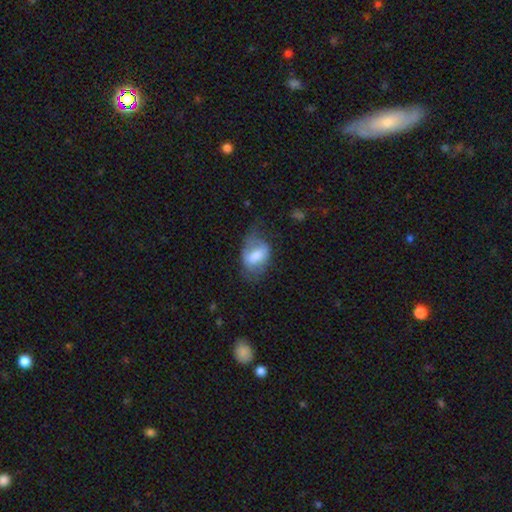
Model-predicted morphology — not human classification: Smooth or featured? Predicted: smooth (p=0.60). How rounded? Predicted: in between (p=0.84). Merging? Predicted: major disturbance (p=0.34).